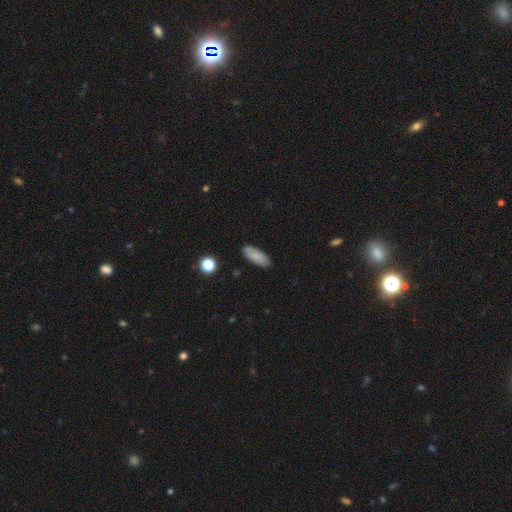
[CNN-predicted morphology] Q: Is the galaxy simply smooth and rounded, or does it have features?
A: smooth — 82%.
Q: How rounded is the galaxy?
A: in between — 78%.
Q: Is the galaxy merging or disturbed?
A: none — 86%.